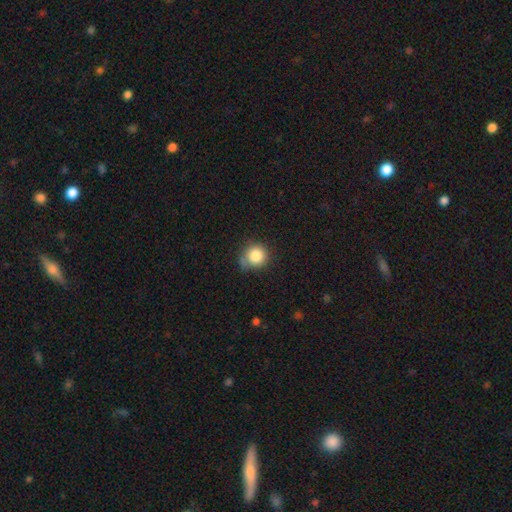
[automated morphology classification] smooth 84%, star or artifact 10%, featured or disk 6%. Down the decision tree: how rounded — round (91%); merging — none (64%).